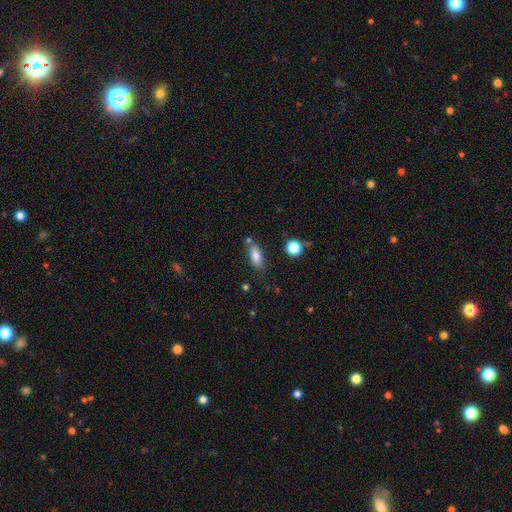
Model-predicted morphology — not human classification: A smooth galaxy with no disk features (78%) that is in between round and cigar-shaped (74%). Merging: none (68%).